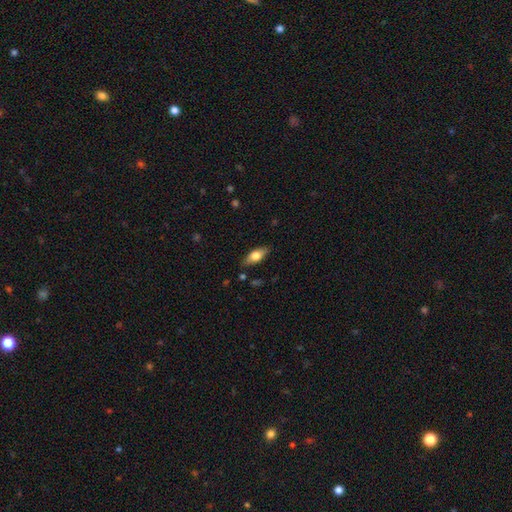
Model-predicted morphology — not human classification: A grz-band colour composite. It shows a smooth galaxy with no disk features (70%) that is in between round and cigar-shaped (78%). Merging: none (83%).